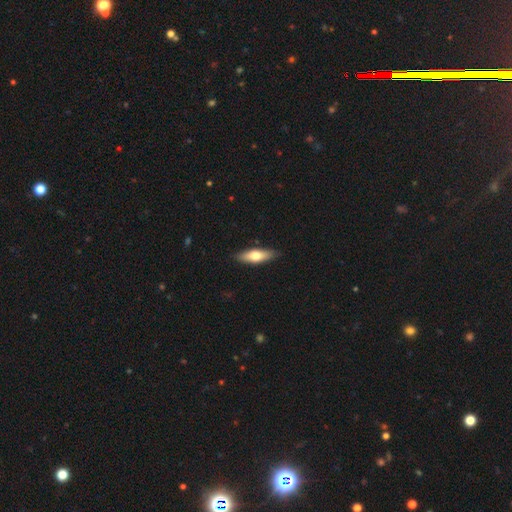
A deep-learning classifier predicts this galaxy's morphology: Smooth or featured: smooth — 62% (featured or disk — 32%)
How rounded: in between — 50% (cigar-shaped — 48%)
Merging: none — 87% (minor disturbance — 10%)